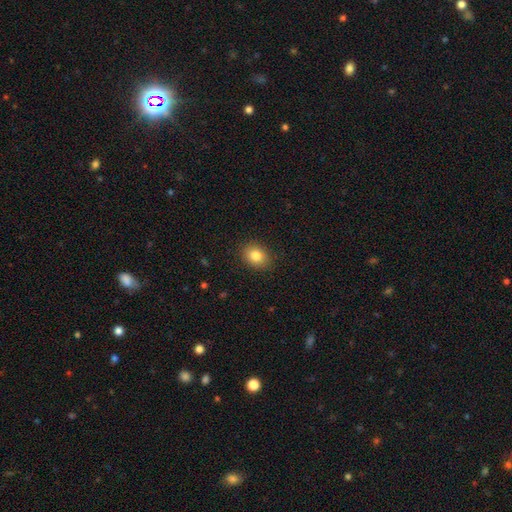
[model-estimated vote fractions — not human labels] smooth-or-featured: smooth: 83% | star or artifact: 10% | featured or disk: 7%
  how-rounded: in between: 58% | round: 41% | cigar-shaped: 1%
  merging: none: 88% | minor disturbance: 9% | major disturbance: 2% | merger: 1%